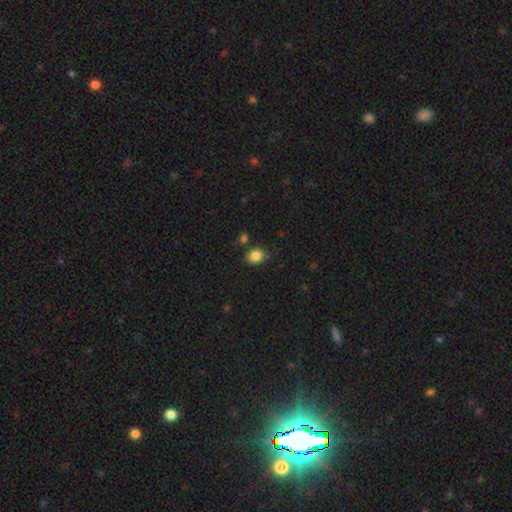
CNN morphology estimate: A smooth galaxy with no disk features (84%) that is round (65%).

Vote fractions:
- Smooth or featured? smooth: 84% / star or artifact: 11% / featured or disk: 5%
- How rounded? round: 65% / in between: 35% / cigar-shaped: 1%
- Merging? none: 75% / minor disturbance: 15% / merger: 6% / major disturbance: 4%